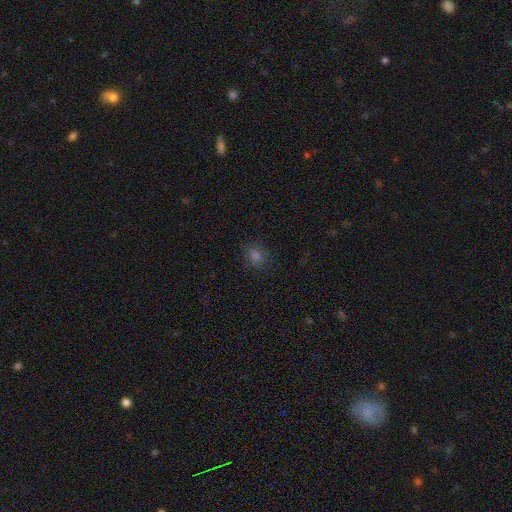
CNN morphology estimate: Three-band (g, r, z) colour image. It shows a smooth galaxy with no disk features (72%) that is round (77%). Merging: none (87%).